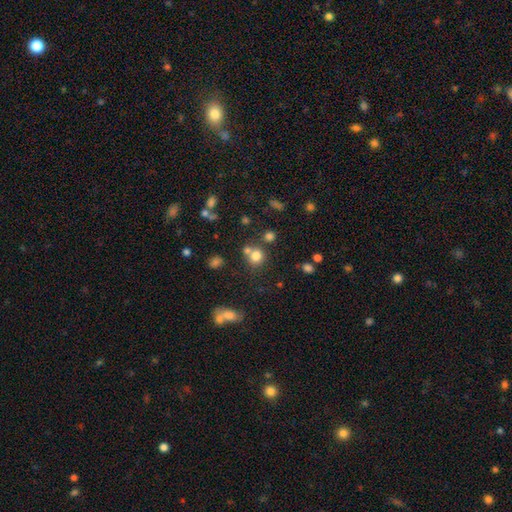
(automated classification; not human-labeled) A smooth galaxy with no disk features (76%) that is round (85%).

Vote fractions:
- Smooth or featured? smooth: 76% / star or artifact: 15% / featured or disk: 9%
- How rounded? round: 85% / in between: 14% / cigar-shaped: 1%
- Merging? none: 56% / merger: 31% / minor disturbance: 9% / major disturbance: 4%